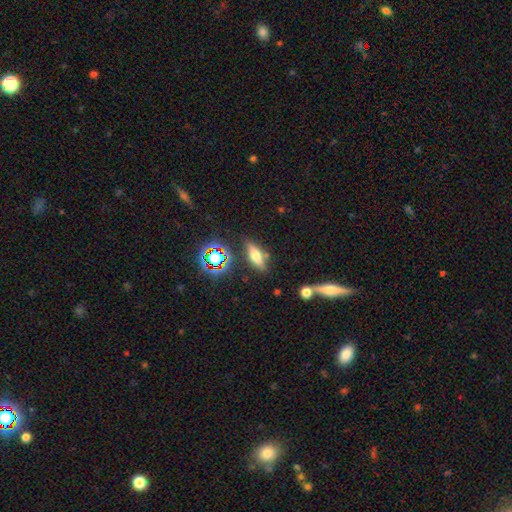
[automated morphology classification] This is possibly a smooth galaxy (53%). How rounded: possibly in between (47%, tied with cigar-shaped). Merging: likely none (77%).